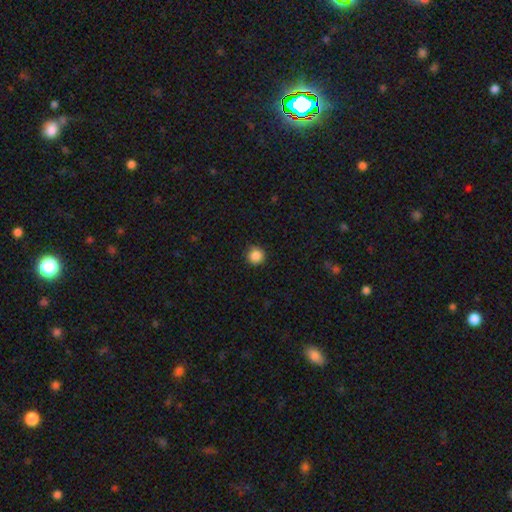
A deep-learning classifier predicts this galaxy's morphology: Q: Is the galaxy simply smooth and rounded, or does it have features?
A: smooth — 87%.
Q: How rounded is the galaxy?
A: round — 95%.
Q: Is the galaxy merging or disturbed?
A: none — 90%.